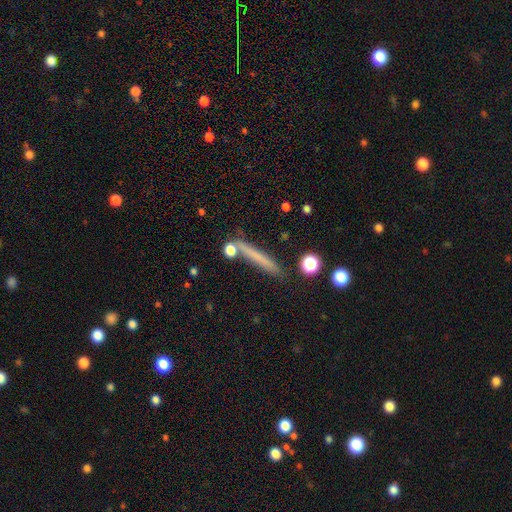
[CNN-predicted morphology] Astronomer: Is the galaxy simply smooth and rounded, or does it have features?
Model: smooth — 61%.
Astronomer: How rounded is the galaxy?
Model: cigar-shaped — 93%.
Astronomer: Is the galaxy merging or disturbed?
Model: none — 80%.